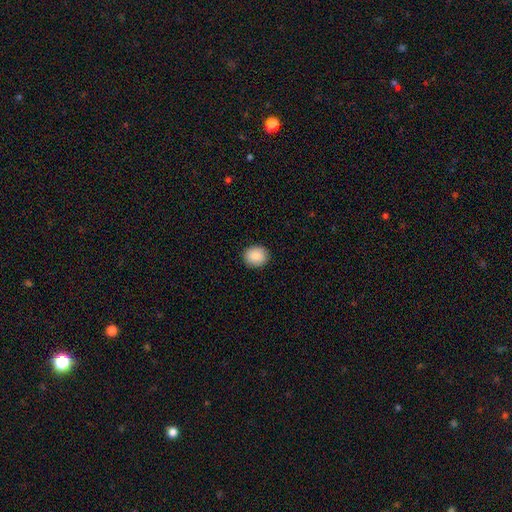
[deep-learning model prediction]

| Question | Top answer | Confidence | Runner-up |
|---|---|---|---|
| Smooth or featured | smooth | 87% | star or artifact (8%) |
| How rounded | round | 75% | in between (24%) |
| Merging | none | 91% | minor disturbance (7%) |